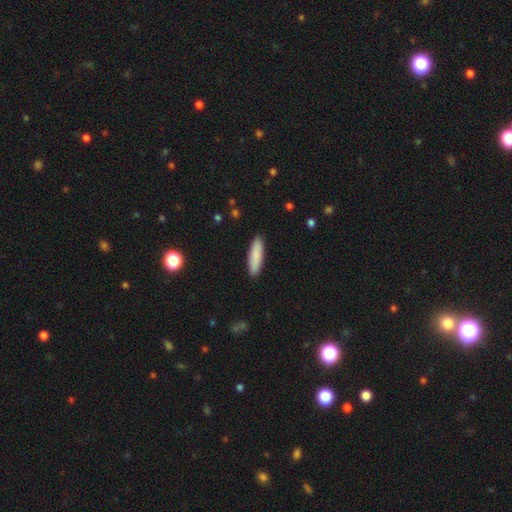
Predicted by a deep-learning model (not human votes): This is clearly a smooth galaxy (87%). How rounded: likely cigar-shaped (65%). Merging: clearly none (91%).